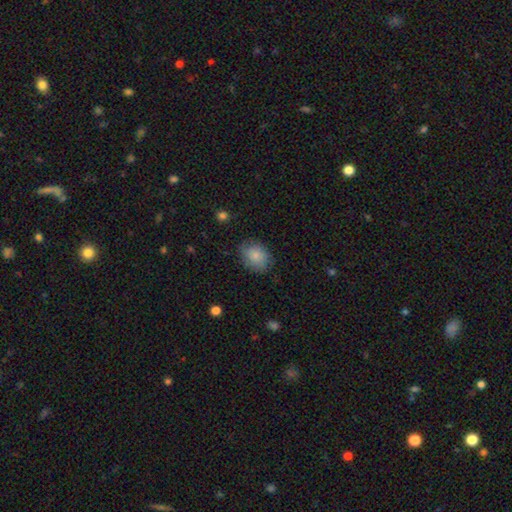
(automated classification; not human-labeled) Overall: smooth (83%). How rounded: in between (59%; round 40%). Merging: none (77%).